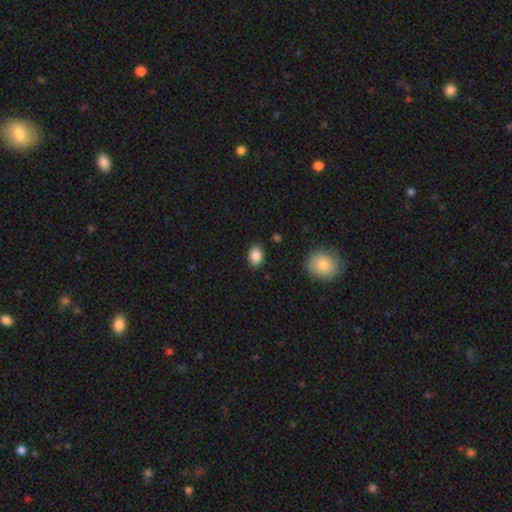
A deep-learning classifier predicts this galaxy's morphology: Smooth or featured? Predicted: smooth (p=0.87). How rounded? Predicted: in between (p=0.72). Merging? Predicted: none (p=0.86).